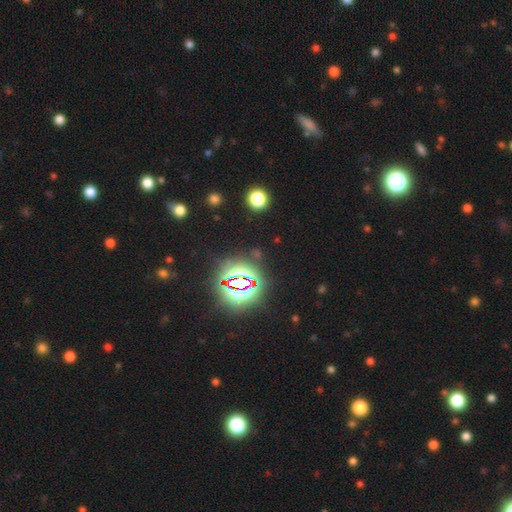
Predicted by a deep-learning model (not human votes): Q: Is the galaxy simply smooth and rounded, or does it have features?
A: star or artifact — 77%.